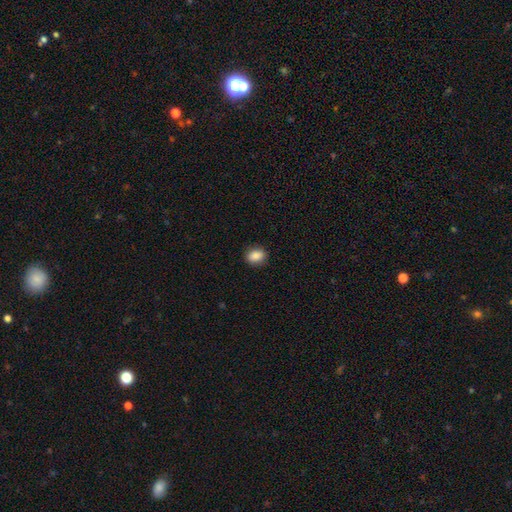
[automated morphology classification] The model was most divided on "how rounded": round: 52%, in between: 47%, cigar-shaped: 1%. More confident: merging — none (89%); smooth or featured — smooth (87%).